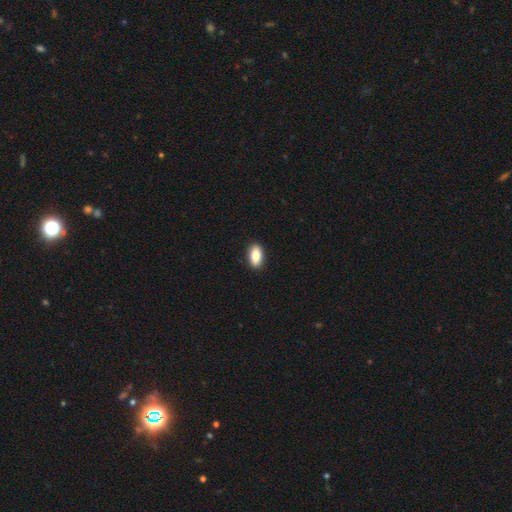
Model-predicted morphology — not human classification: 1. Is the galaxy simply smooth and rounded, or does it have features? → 87% smooth, 7% star or artifact, 7% featured or disk.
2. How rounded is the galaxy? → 90% in between, 6% cigar-shaped, 4% round.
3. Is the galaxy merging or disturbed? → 90% none, 7% minor disturbance, 2% major disturbance, 1% merger.